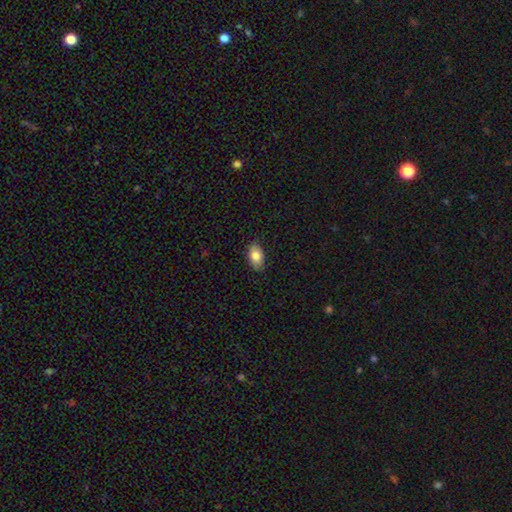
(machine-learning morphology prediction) Smooth or featured?
  - smooth: 83% *
  - featured or disk: 10%
  - star or artifact: 7%
How rounded?
  - in between: 91% *
  - round: 7%
  - cigar-shaped: 2%
Merging?
  - none: 84% *
  - minor disturbance: 13%
  - major disturbance: 2%
  - merger: 1%